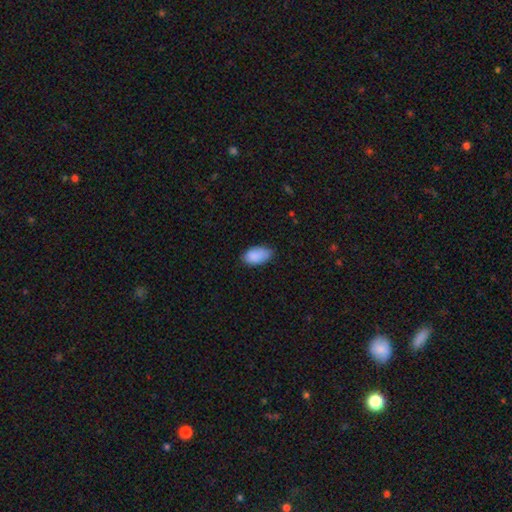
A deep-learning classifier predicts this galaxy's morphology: Overall: smooth (89%). How rounded: in between (94%). Merging: none (68%).